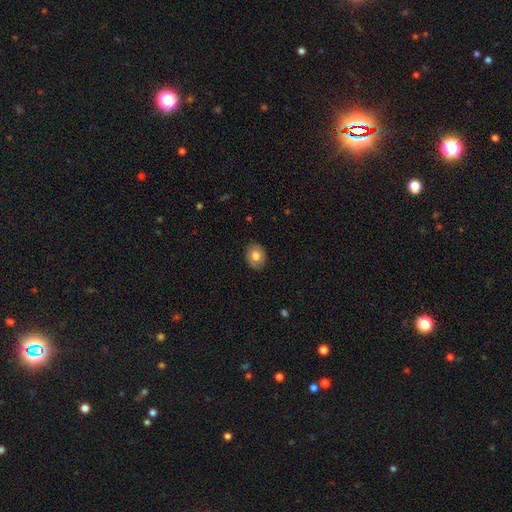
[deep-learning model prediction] Smooth or featured?
  - smooth: 70% *
  - featured or disk: 22%
  - star or artifact: 8%
How rounded?
  - in between: 58% *
  - round: 42%
  - cigar-shaped: 1%
Merging?
  - none: 85% *
  - minor disturbance: 12%
  - major disturbance: 3%
  - merger: 1%